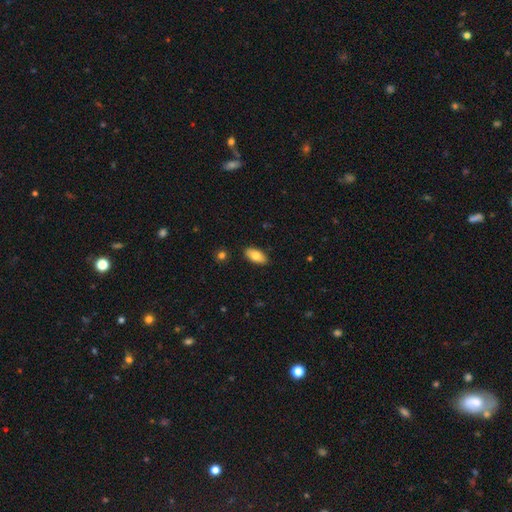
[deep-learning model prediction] This is likely a smooth galaxy (79%). How rounded: clearly in between (92%). Merging: clearly none (88%).